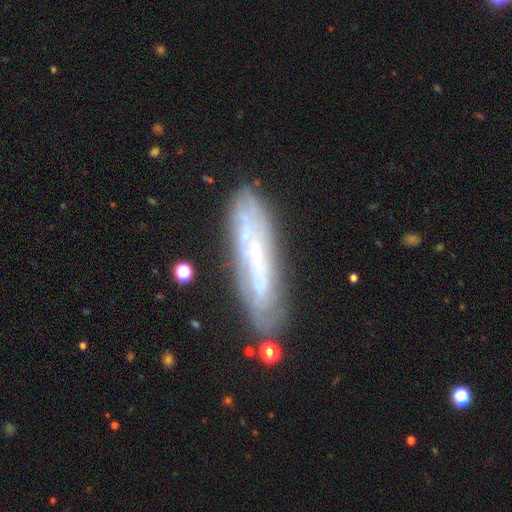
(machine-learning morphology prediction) A featured or disk galaxy (62%). Merging: none (75%).